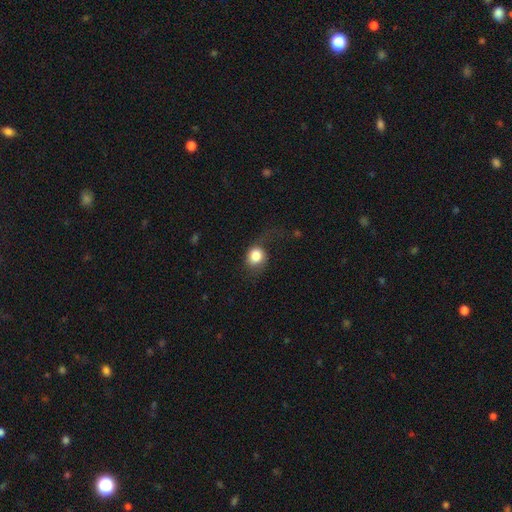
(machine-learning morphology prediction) Q: Smooth or featured?
A: smooth (80%); runner-up: featured or disk (11%)
Q: How rounded?
A: round (72%); runner-up: in between (27%)
Q: Merging?
A: none (44%); runner-up: major disturbance (29%)